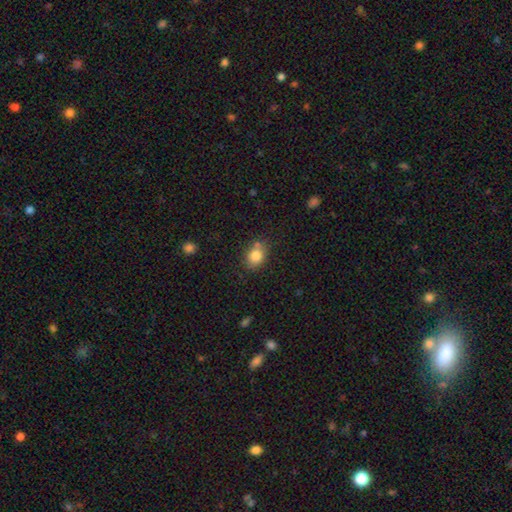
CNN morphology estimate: Smooth or featured? smooth (81%)
How rounded? in between (56%)
Merging? none (68%)